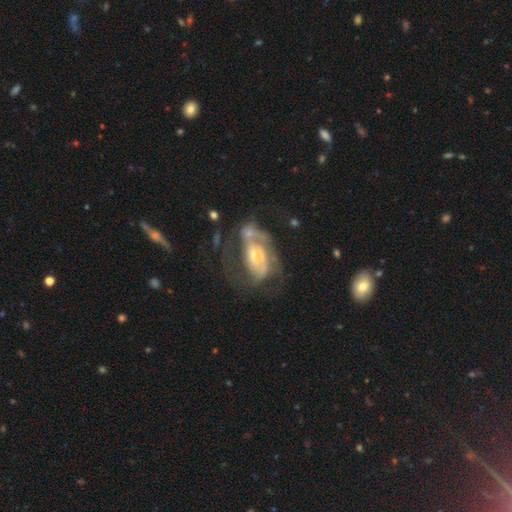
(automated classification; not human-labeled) featured or disk 75%, smooth 18%, star or artifact 7%. Down the decision tree: edge-on disk — no (95%); bar — no (60%); spiral arms — yes (77%); spiral arm count — 2 (43%); spiral winding — medium (41%); bulge size — moderate (49%); merging — none (35%).